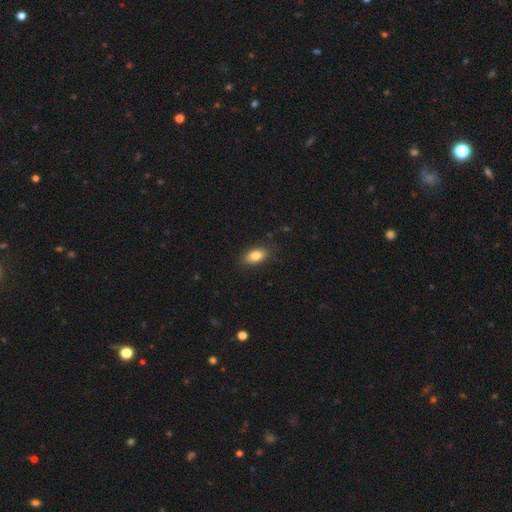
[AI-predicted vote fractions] Smooth or featured? smooth (82%)
How rounded? in between (89%)
Merging? none (85%)